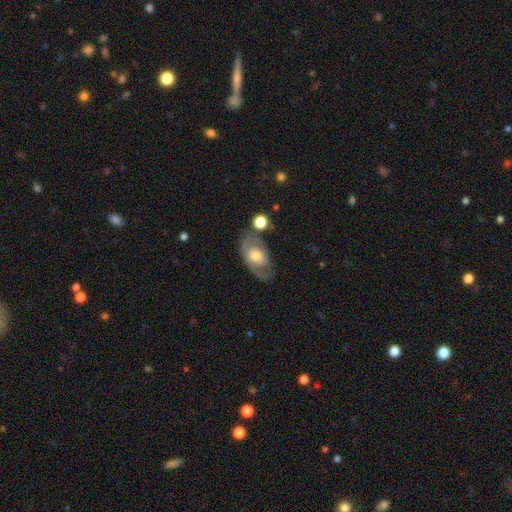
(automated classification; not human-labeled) Morphology: type=featured or disk (65%); edge-on=no (93%); bar=no (71%); spiral arms=yes (73%); bulge=moderate (62%); merging=none (61%).